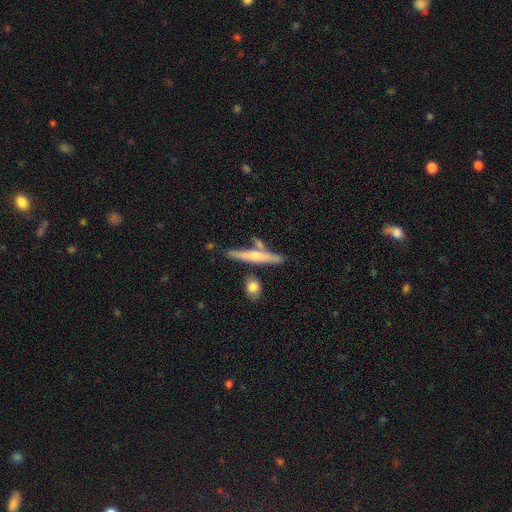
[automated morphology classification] smooth_or_featured: featured or disk (p=0.53) [alt: smooth p=0.41]
disk_edge_on: yes (p=0.94) [alt: no p=0.06]
edge_on_bulge: rounded (p=0.66) [alt: none p=0.27]
merging: none (p=0.72) [alt: minor disturbance p=0.13]